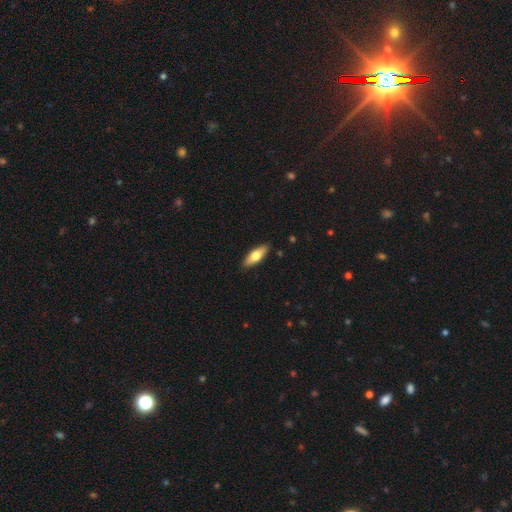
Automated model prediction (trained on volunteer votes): A smooth galaxy with no disk features (68%) that is in between round and cigar-shaped (65%). Merging: none (88%).